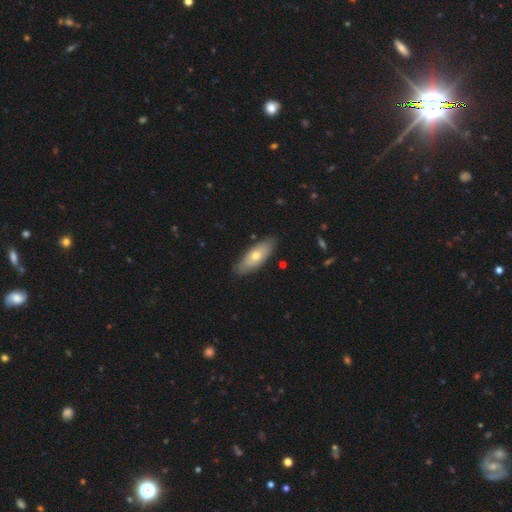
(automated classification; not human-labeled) Morphology: type=smooth (60%); roundness=in between (77%); merging=none (82%).